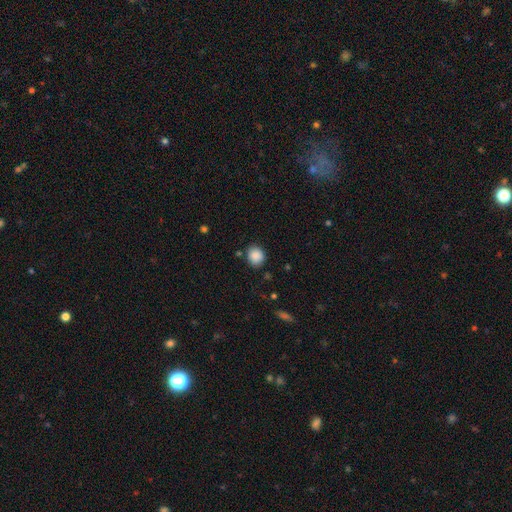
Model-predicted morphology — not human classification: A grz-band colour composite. It shows a smooth galaxy with no disk features (88%) that is round (75%). Merging: none (82%).